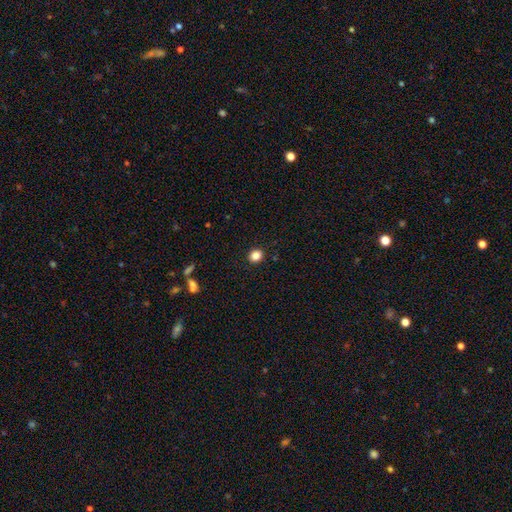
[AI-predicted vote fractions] This is clearly a smooth galaxy (85%). How rounded: likely round (79%). Merging: clearly none (91%).